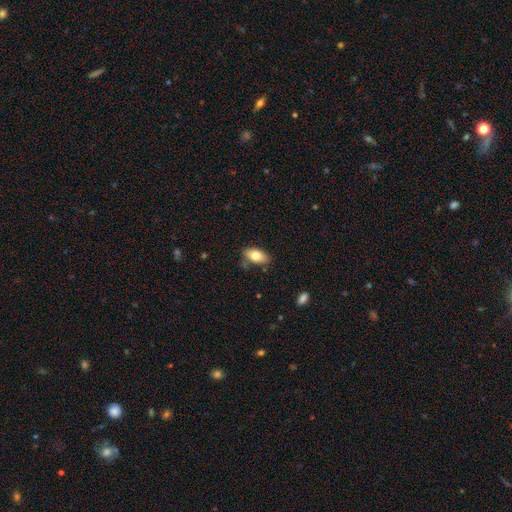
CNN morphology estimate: Smooth or featured?
  - smooth: 78% *
  - featured or disk: 15%
  - star or artifact: 7%
How rounded?
  - in between: 91% *
  - round: 5%
  - cigar-shaped: 4%
Merging?
  - none: 77% *
  - minor disturbance: 17%
  - major disturbance: 3%
  - merger: 3%